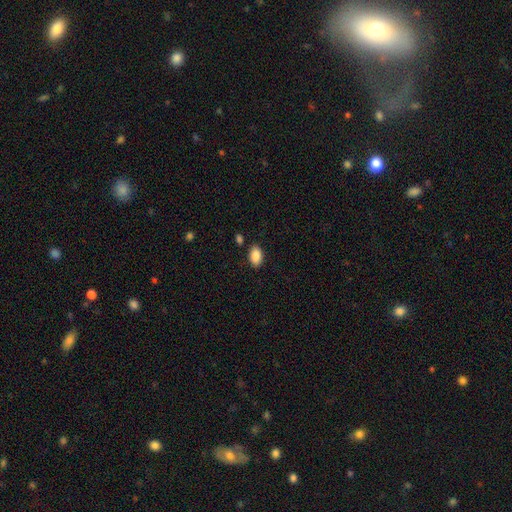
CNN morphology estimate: smooth 89%, star or artifact 7%, featured or disk 4%. Down the decision tree: how rounded — in between (93%); merging — none (84%).